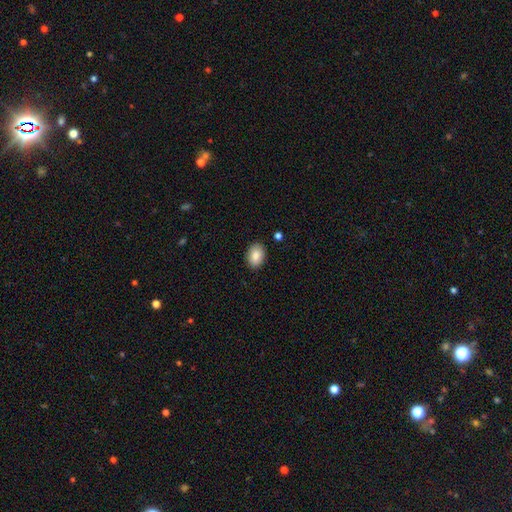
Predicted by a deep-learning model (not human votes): This appears to be a smooth galaxy with no disk features (87%) that is in between round and cigar-shaped (84%). Merging: none (88%).